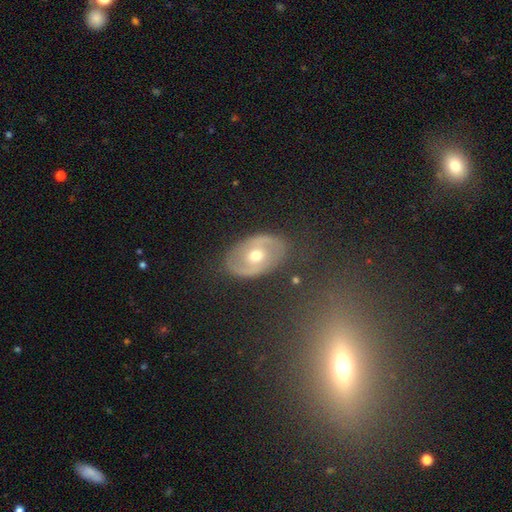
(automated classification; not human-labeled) Smooth or featured?
  - featured or disk: 72% *
  - smooth: 21%
  - star or artifact: 7%
Edge-on disk?
  - no: 94% *
  - yes: 6%
Bar?
  - no: 66% *
  - weak: 24%
  - strong: 10%
Spiral arms?
  - yes: 57% *
  - no: 43%
Bulge size?
  - moderate: 77% *
  - small: 16%
  - large: 5%
  - dominant: 1%
  - none: 1%
Merging?
  - none: 83% *
  - minor disturbance: 11%
  - major disturbance: 4%
  - merger: 2%